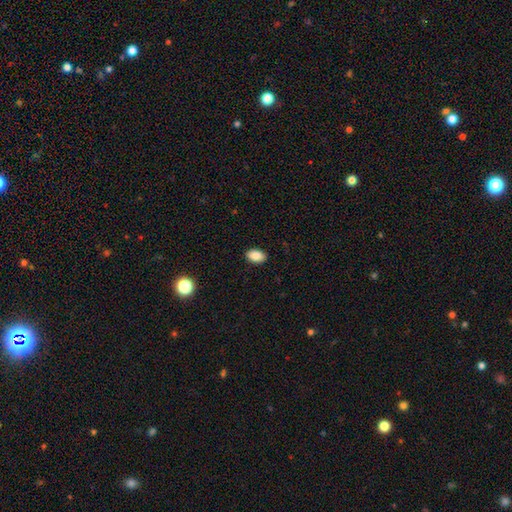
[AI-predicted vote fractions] Smooth or featured? Predicted: smooth (p=0.88). How rounded? Predicted: in between (p=0.91). Merging? Predicted: none (p=0.90).